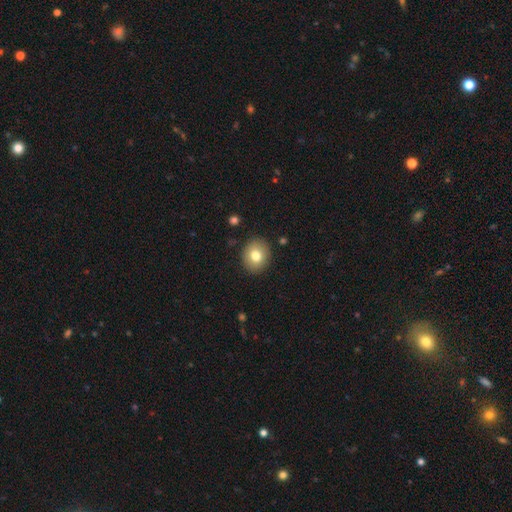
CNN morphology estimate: Q: Smooth or featured?
A: smooth (77%); runner-up: featured or disk (14%)
Q: How rounded?
A: round (68%); runner-up: in between (31%)
Q: Merging?
A: none (89%); runner-up: minor disturbance (8%)